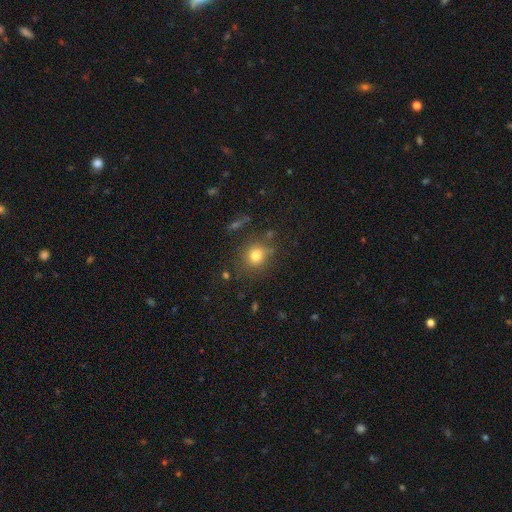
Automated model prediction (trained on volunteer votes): smooth_or_featured: smooth (p=0.77) [alt: star or artifact p=0.14]
how_rounded: round (p=0.81) [alt: in between p=0.18]
merging: none (p=0.79) [alt: minor disturbance p=0.13]